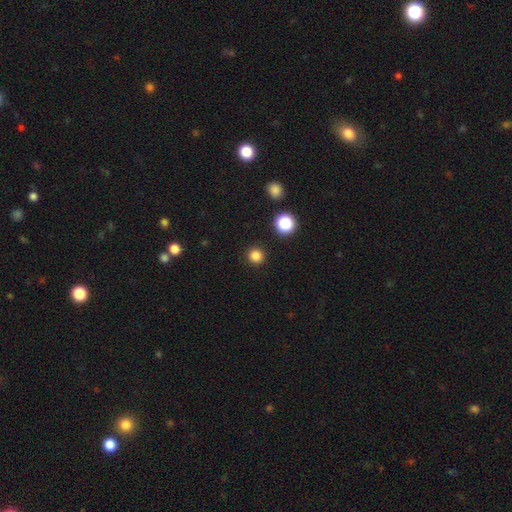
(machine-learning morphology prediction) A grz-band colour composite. It shows a smooth galaxy with no disk features (83%) that is round (94%). Merging: none (92%).